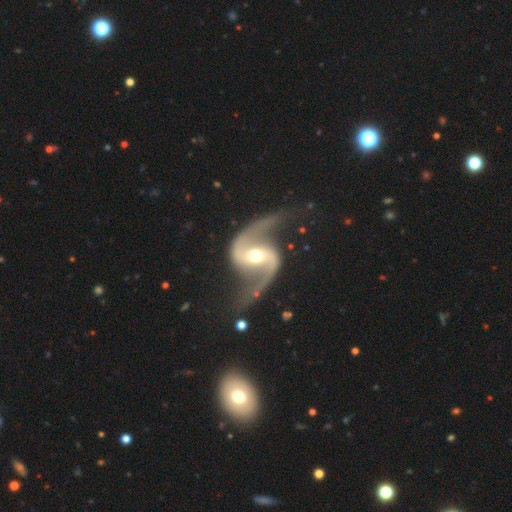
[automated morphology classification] Smooth or featured: featured or disk — 93% (star or artifact — 4%)
Edge-on disk: no — 98% (yes — 2%)
Bar: weak — 39% (no — 31%)
Spiral arms: yes — 98% (no — 2%)
Spiral winding: loose — 56% (medium — 37%)
Spiral arm count: 2 — 95% (1 — 1%)
Bulge size: moderate — 70% (small — 22%)
Merging: none — 76% (minor disturbance — 15%)